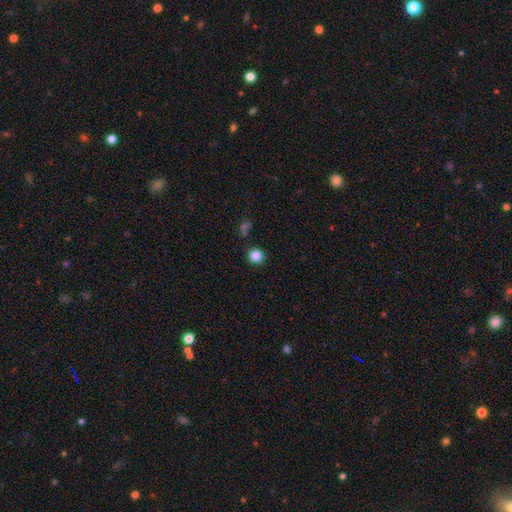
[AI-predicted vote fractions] Morphology: type=smooth (85%); roundness=round (94%); merging=none (86%).